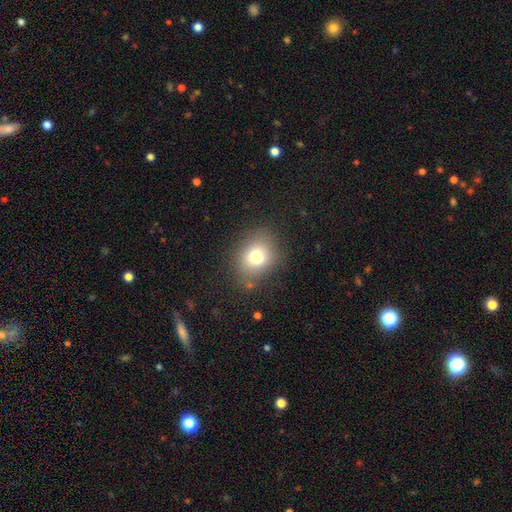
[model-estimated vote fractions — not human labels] Smooth or featured?
  - smooth: 73% *
  - featured or disk: 13%
  - star or artifact: 13%
How rounded?
  - round: 53% *
  - in between: 46%
  - cigar-shaped: 1%
Merging?
  - none: 75% *
  - minor disturbance: 15%
  - major disturbance: 6%
  - merger: 4%